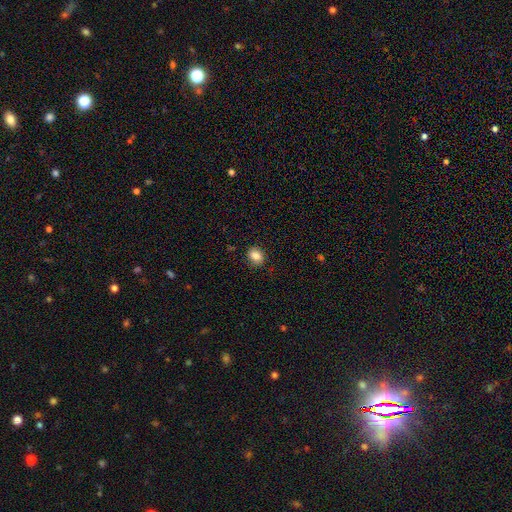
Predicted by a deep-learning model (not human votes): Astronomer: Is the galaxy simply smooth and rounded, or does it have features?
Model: smooth — 84%.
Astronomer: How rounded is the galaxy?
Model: round — 52% (runner-up: in between, 47%).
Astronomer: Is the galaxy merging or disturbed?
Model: none — 84%.